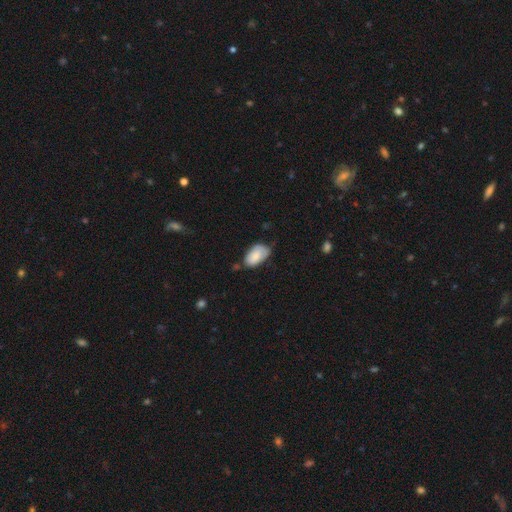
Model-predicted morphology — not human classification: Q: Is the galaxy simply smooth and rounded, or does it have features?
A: smooth — 78%.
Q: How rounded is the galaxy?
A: in between — 95%.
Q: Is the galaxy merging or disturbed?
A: none — 50%.